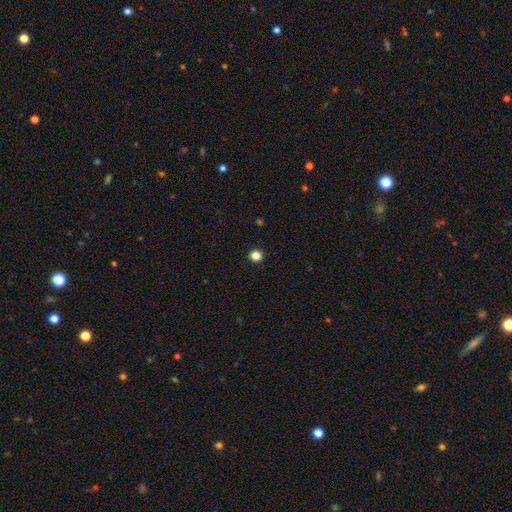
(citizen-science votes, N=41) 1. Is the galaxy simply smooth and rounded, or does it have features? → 85% smooth, 12% star or artifact, 2% featured or disk.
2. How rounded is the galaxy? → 100% round, 0% in between, 0% cigar-shaped.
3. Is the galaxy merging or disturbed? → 94% none, 3% minor disturbance, 3% merger, 0% major disturbance.